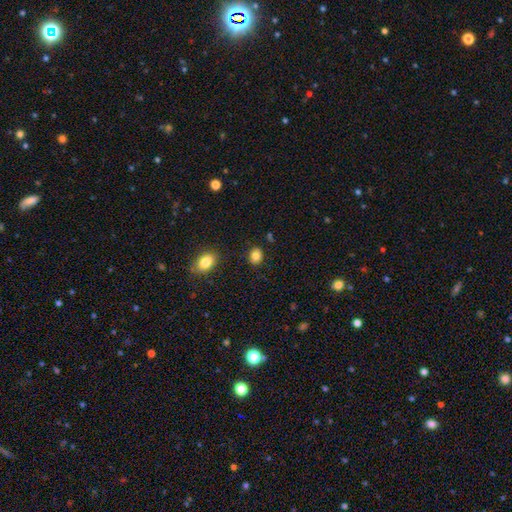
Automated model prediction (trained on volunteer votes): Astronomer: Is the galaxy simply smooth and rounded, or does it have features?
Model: smooth — 84%.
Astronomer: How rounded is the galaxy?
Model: round — 57% (runner-up: in between, 42%).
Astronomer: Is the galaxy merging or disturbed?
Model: none — 86%.